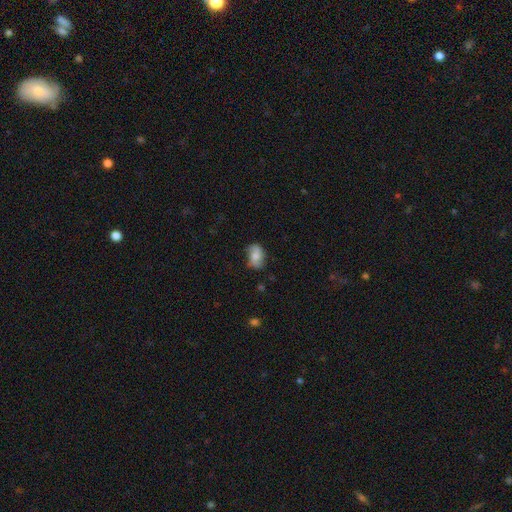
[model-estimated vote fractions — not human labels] This appears to be a smooth galaxy with no disk features (63%) that is in between round and cigar-shaped (81%). Merging: none (70%).